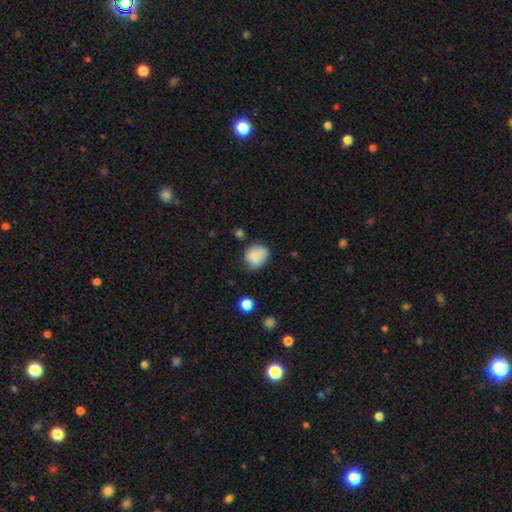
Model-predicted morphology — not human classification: Smooth or featured: smooth — 79% (featured or disk — 12%)
How rounded: round — 63% (in between — 36%)
Merging: none — 61% (minor disturbance — 26%)